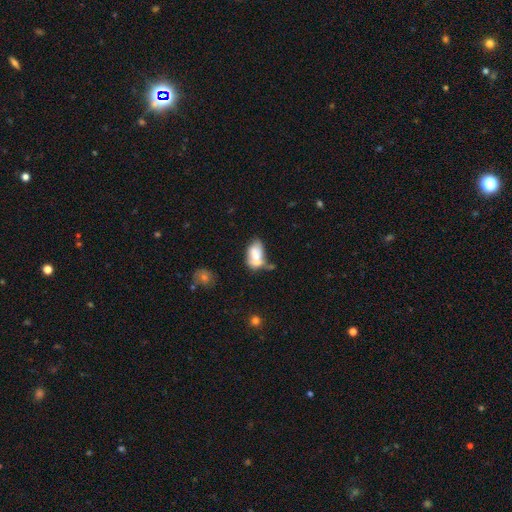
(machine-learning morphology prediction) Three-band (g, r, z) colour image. It shows a smooth galaxy with no disk features (65%) that is in between round and cigar-shaped (90%). Merging: merger (37%).